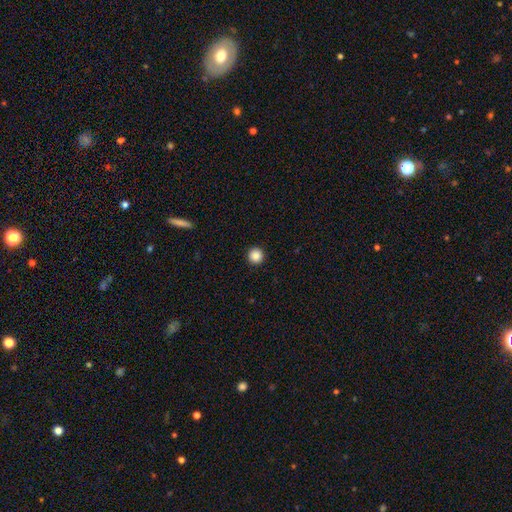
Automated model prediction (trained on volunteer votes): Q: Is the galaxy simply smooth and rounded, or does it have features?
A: smooth — 87%.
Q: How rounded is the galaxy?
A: round — 96%.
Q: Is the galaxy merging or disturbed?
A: none — 93%.